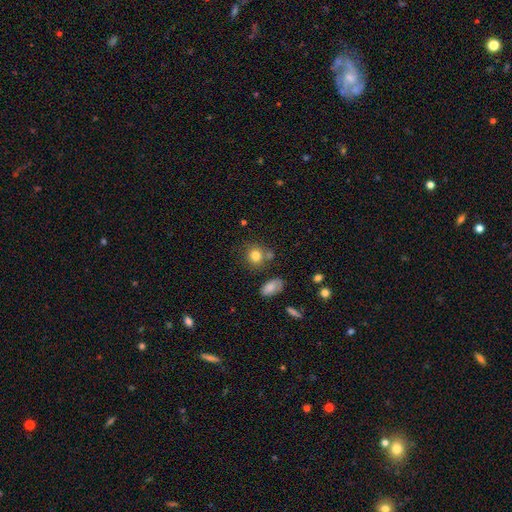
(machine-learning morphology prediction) A smooth galaxy with no disk features (82%) that is round (77%). Merging: none (67%).